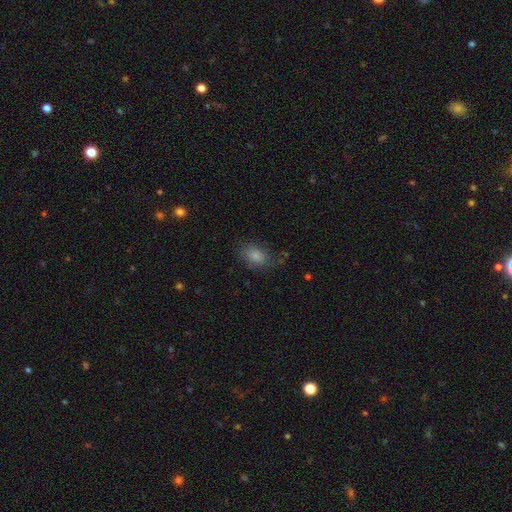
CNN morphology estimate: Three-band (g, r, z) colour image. It shows a smooth galaxy with no disk features (84%) that is in between round and cigar-shaped (82%). Merging: none (71%).